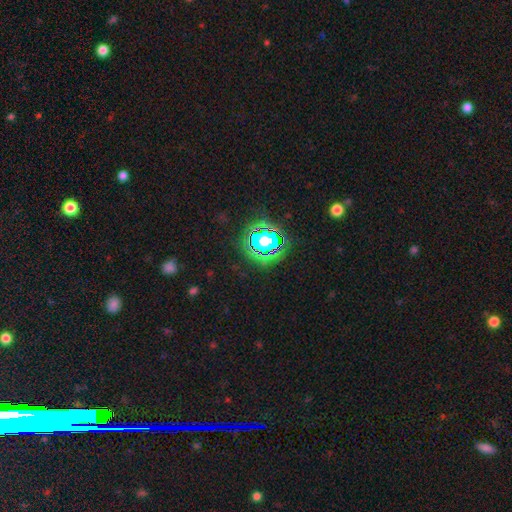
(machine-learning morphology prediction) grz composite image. It shows a star or artifact, not a galaxy (82%).